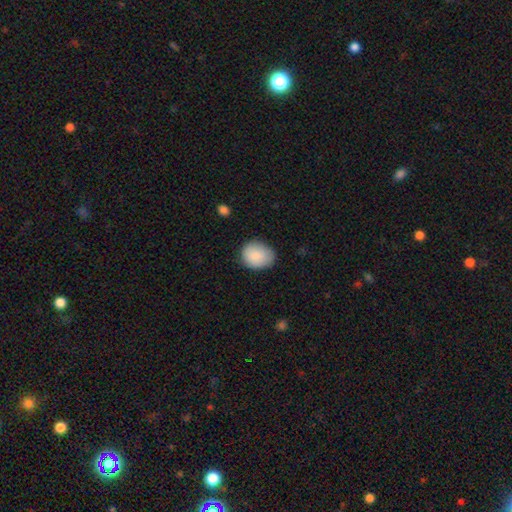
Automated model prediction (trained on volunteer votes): Overall: smooth (88%). How rounded: round (55%; in between 44%). Merging: none (76%).